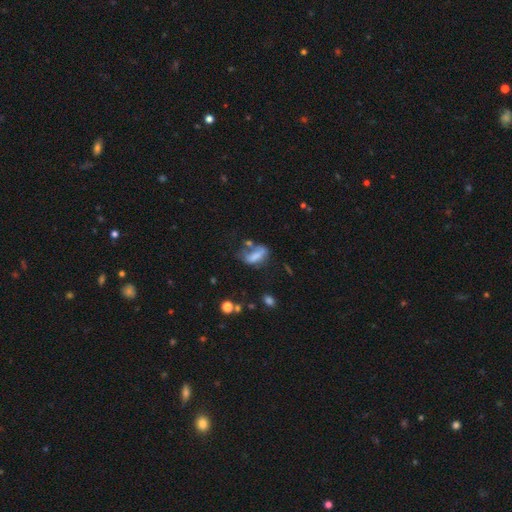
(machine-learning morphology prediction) The model was most divided on "merging": none: 30%, major disturbance: 29%, minor disturbance: 25%, merger: 16%. More confident: how rounded — in between (77%); smooth or featured — smooth (60%).